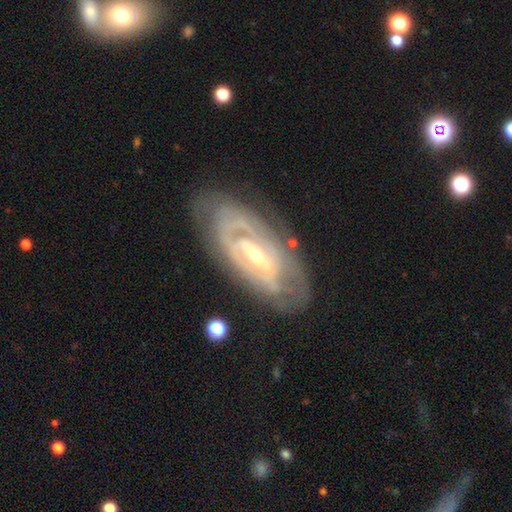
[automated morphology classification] type=featured or disk (83%); edge-on=no (91%); bar=weak (37%); spiral arms=yes (78%); winding=tight (68%); arm count=can't tell (45%); bulge=small (49%); merging=none (74%).